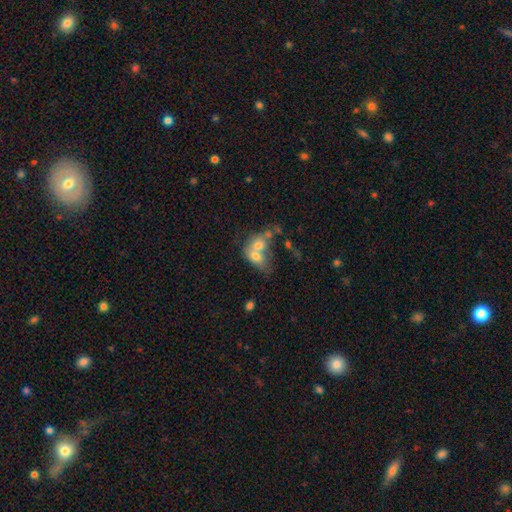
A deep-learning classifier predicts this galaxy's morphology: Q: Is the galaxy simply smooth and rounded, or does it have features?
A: smooth — 65%.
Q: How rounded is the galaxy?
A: in between — 65%.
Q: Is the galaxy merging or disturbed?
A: merger — 74%.